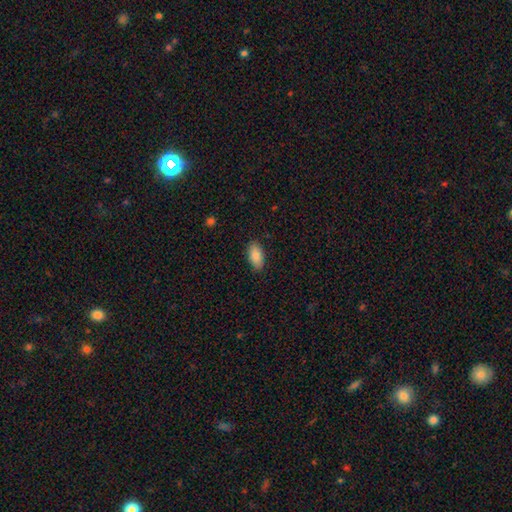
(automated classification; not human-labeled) A smooth galaxy with no disk features (88%) that is in between round and cigar-shaped (93%). Merging: none (88%).